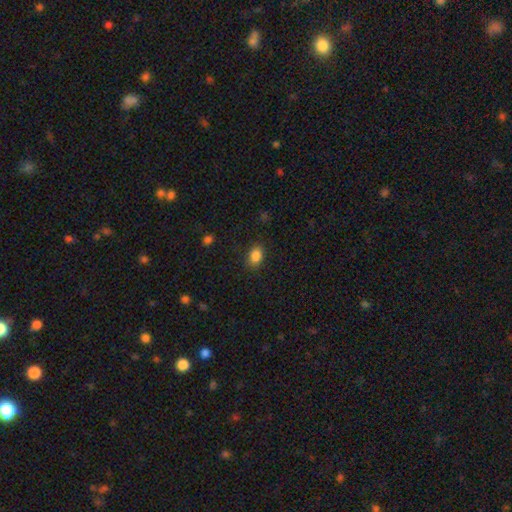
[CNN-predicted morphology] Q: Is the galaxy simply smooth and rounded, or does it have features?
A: smooth — 86%.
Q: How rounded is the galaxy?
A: in between — 76%.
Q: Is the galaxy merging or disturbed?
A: none — 84%.